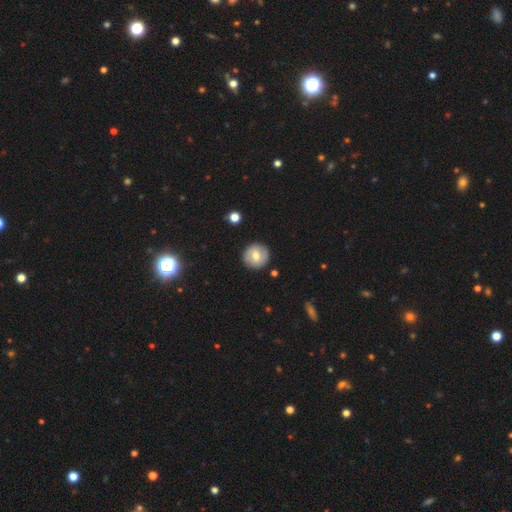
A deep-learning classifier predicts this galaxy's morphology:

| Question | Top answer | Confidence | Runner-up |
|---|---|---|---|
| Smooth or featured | smooth | 65% | featured or disk (27%) |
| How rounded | round | 94% | in between (5%) |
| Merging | none | 89% | minor disturbance (8%) |